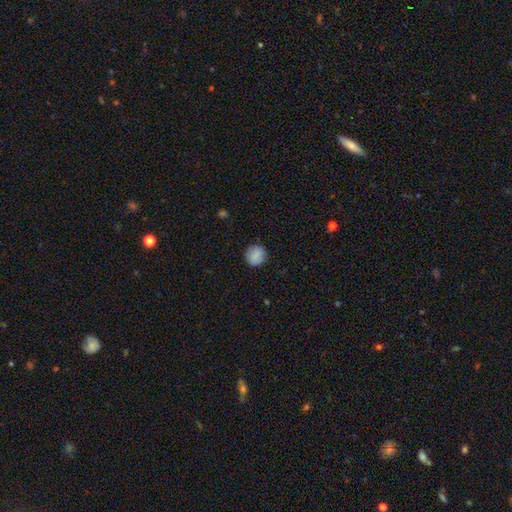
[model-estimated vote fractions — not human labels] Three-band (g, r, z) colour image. It shows a smooth galaxy with no disk features (88%) that is round (91%). Merging: none (87%).